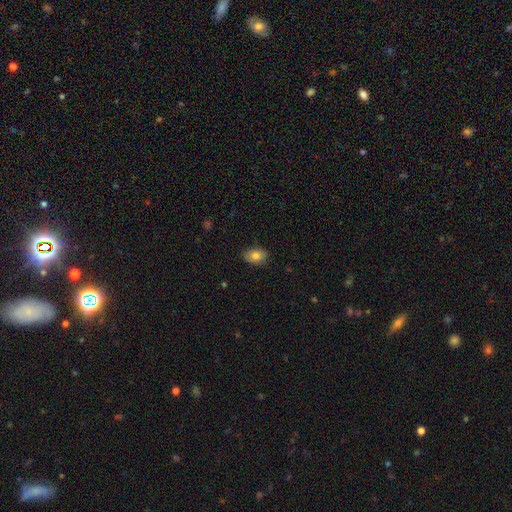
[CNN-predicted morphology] This appears to be a smooth galaxy with no disk features (81%) that is in between round and cigar-shaped (83%). Merging: none (84%).